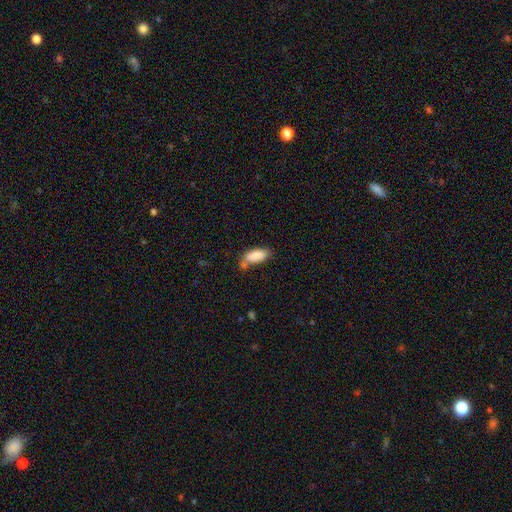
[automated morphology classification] This appears to be a smooth galaxy with no disk features (85%) that is in between round and cigar-shaped (83%). Merging: none (48%).